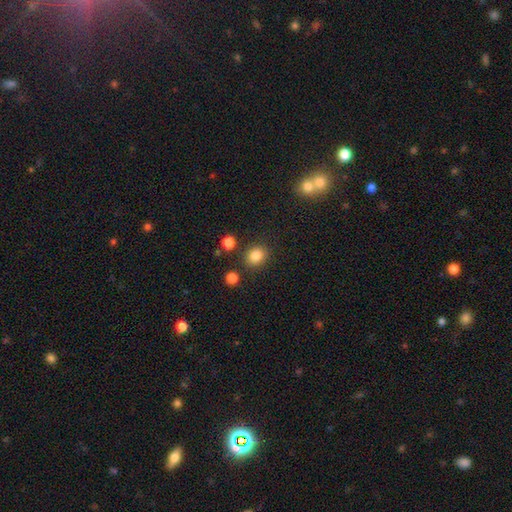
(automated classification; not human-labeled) A smooth galaxy with no disk features (84%) that is round (64%). Merging: none (83%).